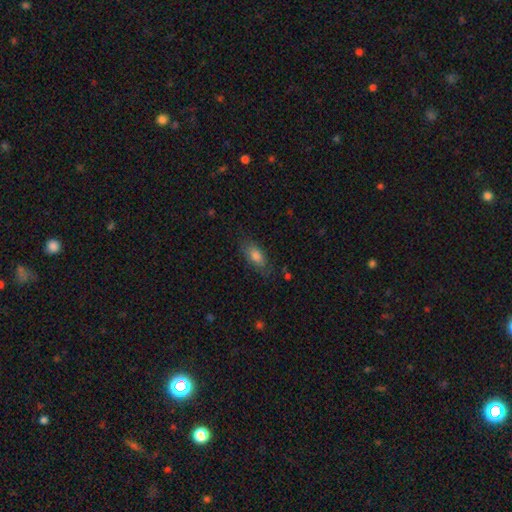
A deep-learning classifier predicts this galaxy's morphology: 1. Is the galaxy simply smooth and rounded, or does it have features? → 77% smooth, 15% featured or disk, 9% star or artifact.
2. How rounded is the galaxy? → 80% in between, 16% cigar-shaped, 4% round.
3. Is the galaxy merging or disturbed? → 76% none, 17% minor disturbance, 5% major disturbance, 2% merger.